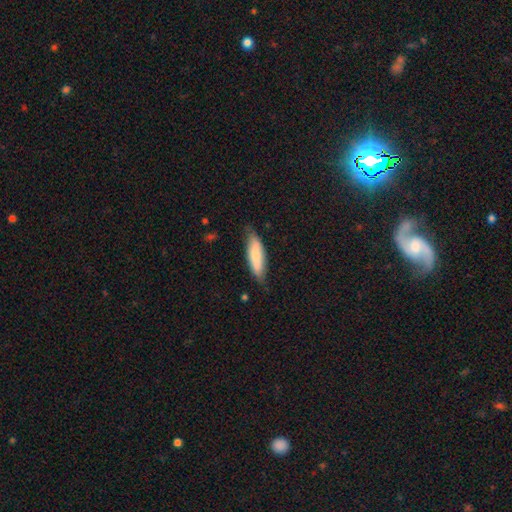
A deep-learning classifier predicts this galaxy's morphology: Smooth or featured?
  - smooth: 74% *
  - featured or disk: 21%
  - star or artifact: 6%
How rounded?
  - cigar-shaped: 53% *
  - in between: 46%
  - round: 2%
Merging?
  - none: 72% *
  - minor disturbance: 22%
  - major disturbance: 4%
  - merger: 1%